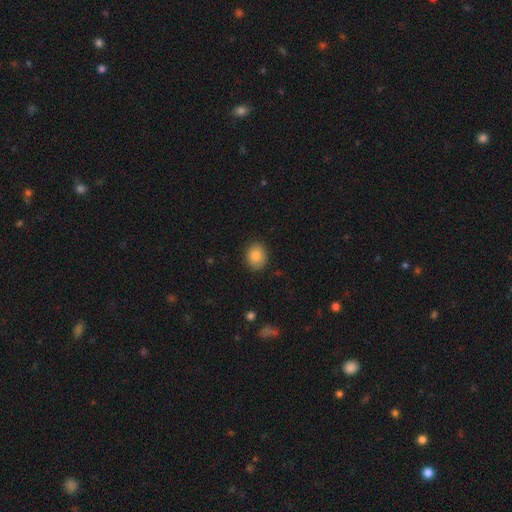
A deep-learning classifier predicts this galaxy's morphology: smooth_or_featured: smooth (p=0.85) [alt: star or artifact p=0.09]
how_rounded: round (p=0.64) [alt: in between p=0.35]
merging: none (p=0.88) [alt: minor disturbance p=0.09]